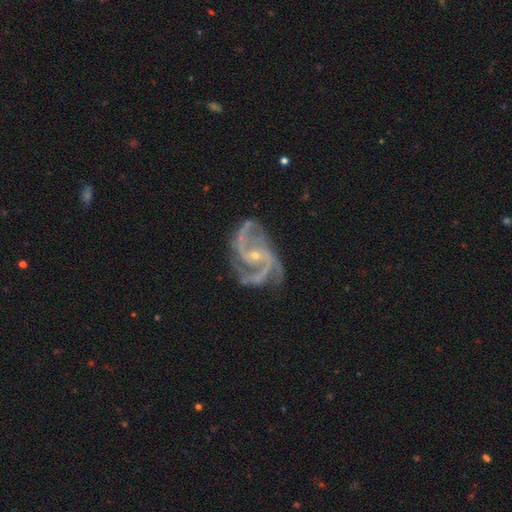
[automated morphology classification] The model was most divided on "spiral arm count": 2: 45%, 3: 36%, 4: 6%, can't tell: 5%, 1: 4%, more than 4: 4%. More confident: spiral arms — yes (98%); edge-on disk — no (98%); smooth or featured — featured or disk (92%); bulge size — small (76%); merging — none (65%); spiral winding — medium (61%); bar — no (54%).